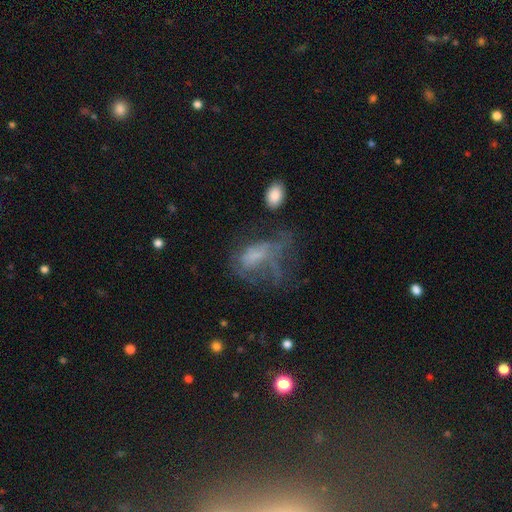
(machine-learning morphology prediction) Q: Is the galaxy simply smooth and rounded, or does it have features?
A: featured or disk — 46%.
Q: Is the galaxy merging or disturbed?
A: major disturbance — 49%.